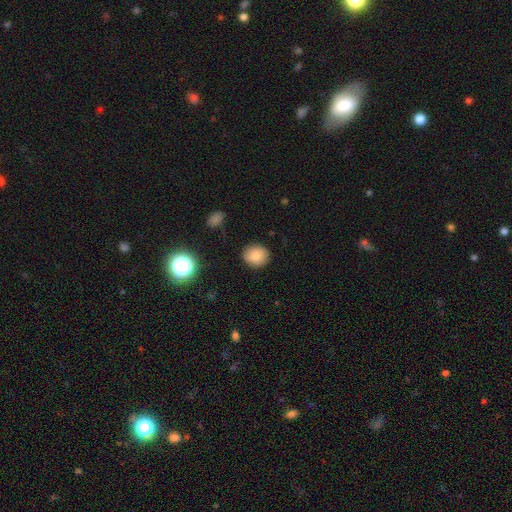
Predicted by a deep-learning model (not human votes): Smooth or featured?
  - smooth: 83% *
  - star or artifact: 10%
  - featured or disk: 7%
How rounded?
  - round: 72% *
  - in between: 27%
  - cigar-shaped: 1%
Merging?
  - none: 86% *
  - minor disturbance: 10%
  - major disturbance: 3%
  - merger: 1%